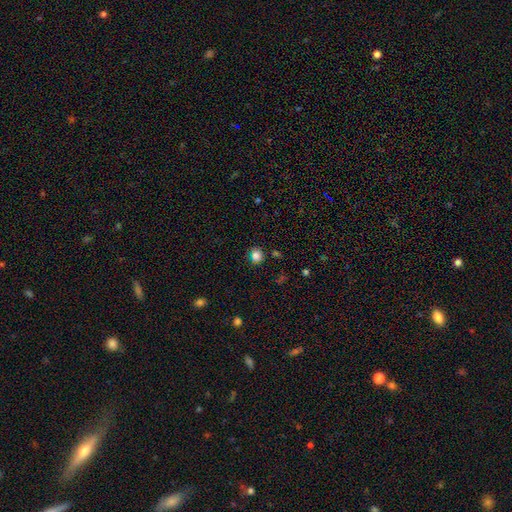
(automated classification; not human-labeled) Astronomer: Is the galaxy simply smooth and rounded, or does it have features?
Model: smooth — 83%.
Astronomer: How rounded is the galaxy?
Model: round — 78%.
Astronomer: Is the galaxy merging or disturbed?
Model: none — 83%.